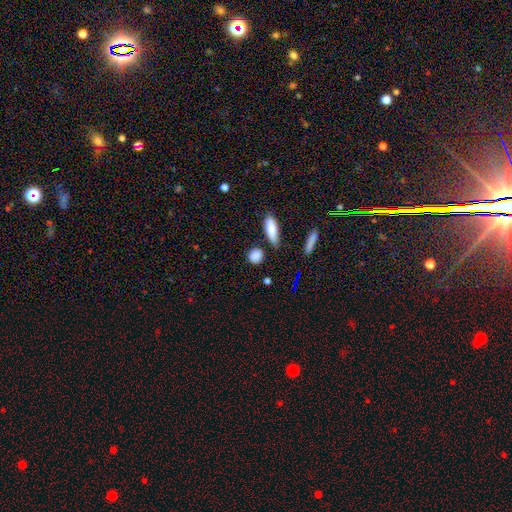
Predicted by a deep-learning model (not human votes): Smooth or featured: smooth — 85% (star or artifact — 9%)
How rounded: round — 73% (in between — 19%)
Merging: none — 80% (minor disturbance — 11%)